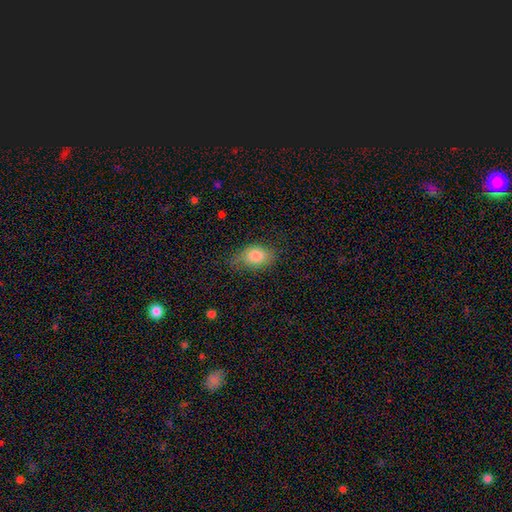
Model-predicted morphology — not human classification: This appears to be a smooth galaxy with no disk features (83%) that is in between round and cigar-shaped (78%). Merging: none (59%).